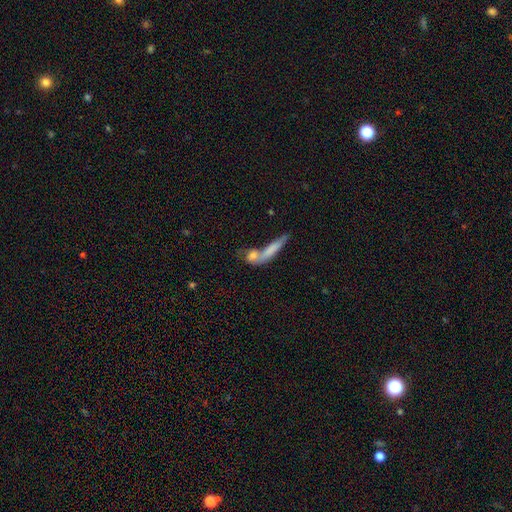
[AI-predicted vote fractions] smooth 65%, featured or disk 26%, star or artifact 9%. Down the decision tree: how rounded — cigar-shaped (50%); merging — merger (50%).